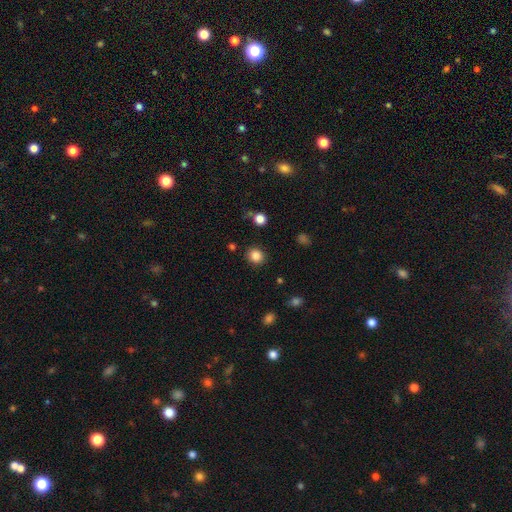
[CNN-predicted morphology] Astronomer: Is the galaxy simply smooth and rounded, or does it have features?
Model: smooth — 85%.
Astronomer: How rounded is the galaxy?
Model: round — 86%.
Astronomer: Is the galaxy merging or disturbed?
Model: none — 88%.